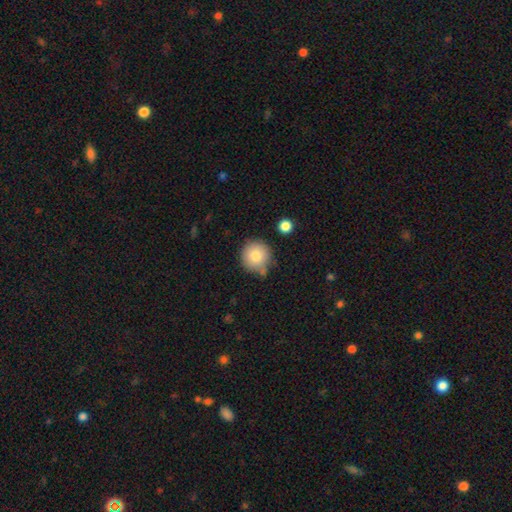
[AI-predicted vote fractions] This is clearly a smooth galaxy (80%). How rounded: clearly round (95%). Merging: likely none (76%).